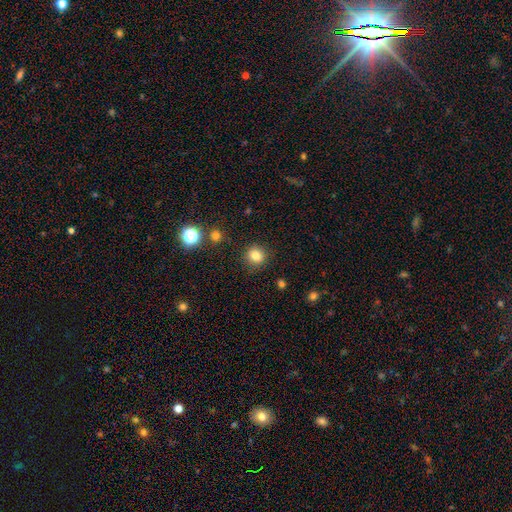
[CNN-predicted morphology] A smooth galaxy with no disk features (83%) that is round (82%). Merging: none (88%).